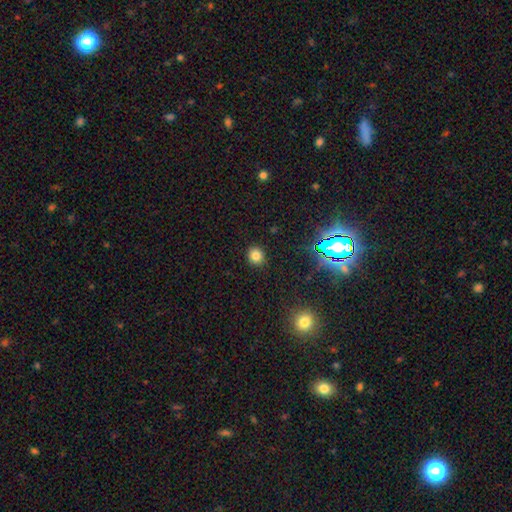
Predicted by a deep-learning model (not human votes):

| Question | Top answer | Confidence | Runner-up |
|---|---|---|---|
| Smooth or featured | smooth | 78% | star or artifact (16%) |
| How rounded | round | 81% | in between (18%) |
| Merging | none | 91% | minor disturbance (6%) |